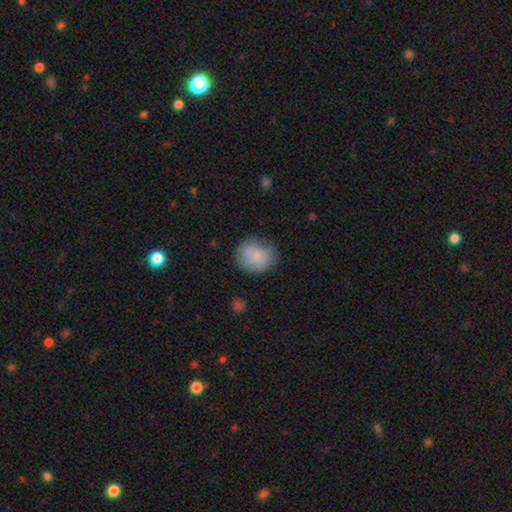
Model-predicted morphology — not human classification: A smooth galaxy with no disk features (80%) that is round (68%).

Vote fractions:
- Smooth or featured? smooth: 80% / featured or disk: 13% / star or artifact: 8%
- How rounded? round: 68% / in between: 31% / cigar-shaped: 1%
- Merging? none: 67% / minor disturbance: 23% / major disturbance: 7% / merger: 3%